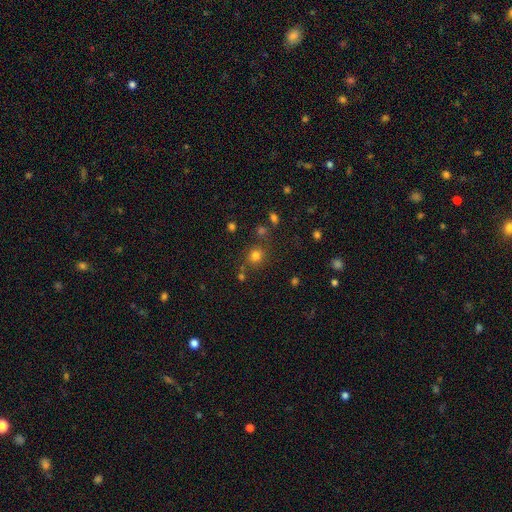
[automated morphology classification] The model was most divided on "smooth or featured": smooth: 76%, star or artifact: 17%, featured or disk: 7%. More confident: how rounded — round (86%); merging — none (76%).